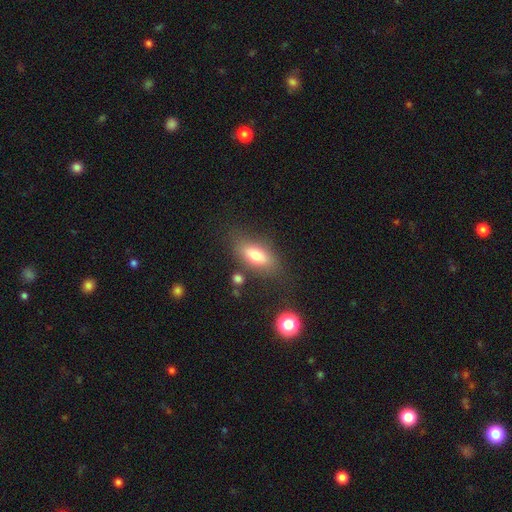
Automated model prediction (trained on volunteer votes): This appears to be a smooth galaxy with no disk features (74%) that is in between round and cigar-shaped (81%). Merging: none (74%).